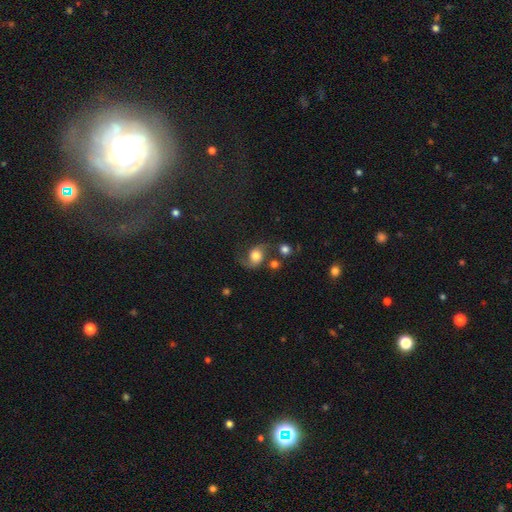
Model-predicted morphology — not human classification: Smooth or featured? Predicted: featured or disk (p=0.61). Edge-on disk? Predicted: no (p=0.97). Bar? Predicted: no (p=0.69). Spiral arms? Predicted: yes (p=0.92). Spiral winding? Predicted: loose (p=0.65). Spiral arm count? Predicted: 2 (p=0.84). Bulge size? Predicted: moderate (p=0.44). Merging? Predicted: none (p=0.51).